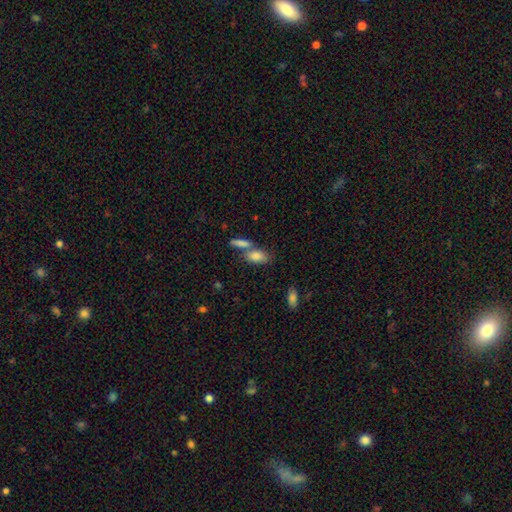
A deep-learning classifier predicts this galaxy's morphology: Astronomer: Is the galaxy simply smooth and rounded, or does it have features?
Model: smooth — 81%.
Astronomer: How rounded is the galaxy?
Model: in between — 84%.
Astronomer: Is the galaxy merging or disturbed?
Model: none — 44% (runner-up: merger, 42%).